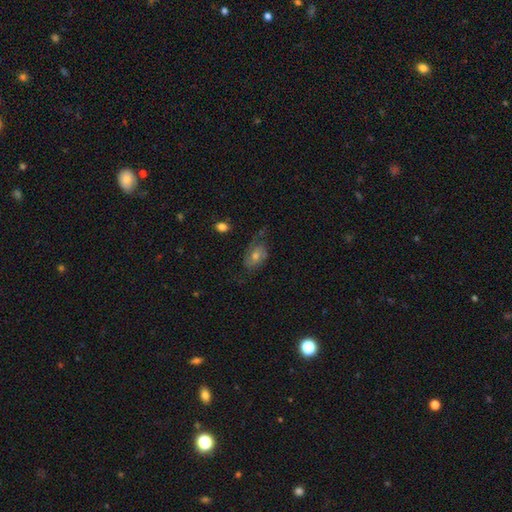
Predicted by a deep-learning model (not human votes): Smooth or featured? Predicted: featured or disk (p=0.55). Edge-on disk? Predicted: no (p=0.94). Bar? Predicted: no (p=0.67). Spiral arms? Predicted: yes (p=0.81). Bulge size? Predicted: moderate (p=0.58). Merging? Predicted: none (p=0.60).